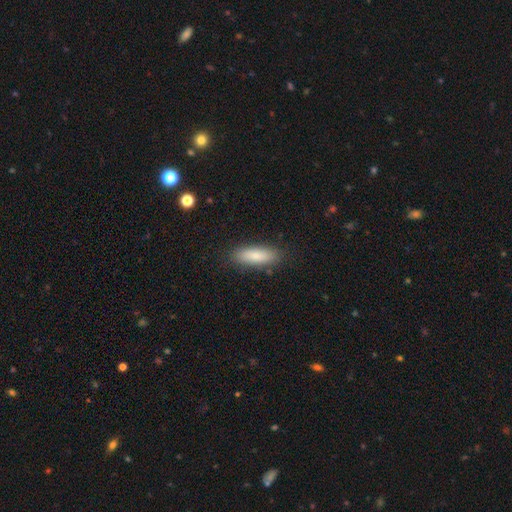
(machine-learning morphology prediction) A smooth galaxy with no disk features (82%) that is in between round and cigar-shaped (56%). Merging: none (86%).